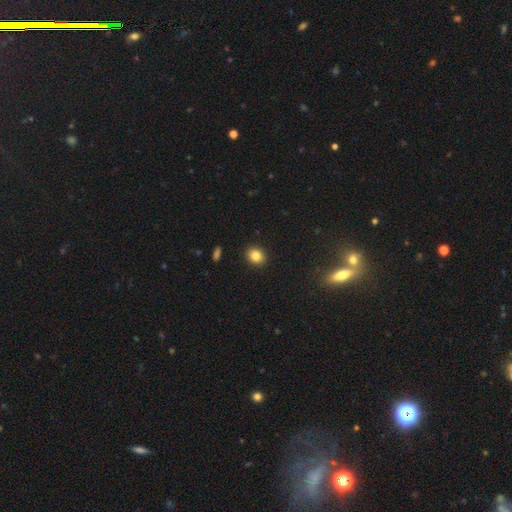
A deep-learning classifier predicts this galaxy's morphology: Smooth or featured? Predicted: smooth (p=0.83). How rounded? Predicted: round (p=0.62). Merging? Predicted: none (p=0.91).